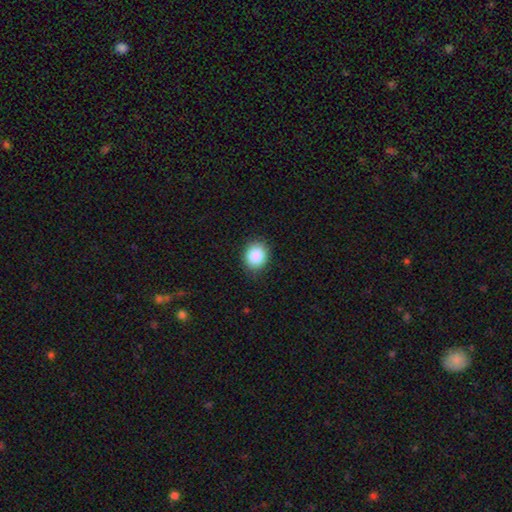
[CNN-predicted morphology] Smooth or featured: smooth — 87% (star or artifact — 8%)
How rounded: round — 70% (in between — 29%)
Merging: none — 89% (minor disturbance — 8%)